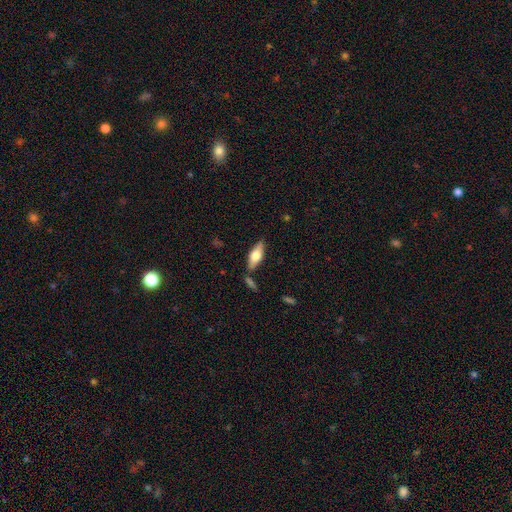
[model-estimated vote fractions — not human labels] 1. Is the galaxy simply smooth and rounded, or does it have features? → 58% smooth, 36% featured or disk, 6% star or artifact.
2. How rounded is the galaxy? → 70% in between, 28% cigar-shaped, 3% round.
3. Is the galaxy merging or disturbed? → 76% none, 14% minor disturbance, 7% merger, 3% major disturbance.